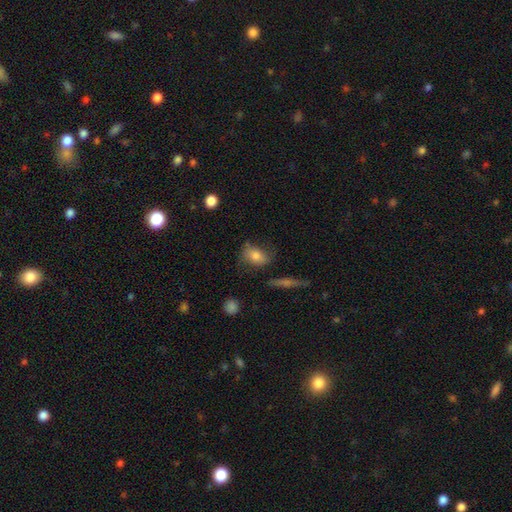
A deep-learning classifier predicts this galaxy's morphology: Q: Smooth or featured?
A: smooth (71%); runner-up: featured or disk (20%)
Q: How rounded?
A: in between (75%); runner-up: round (21%)
Q: Merging?
A: none (59%); runner-up: minor disturbance (25%)